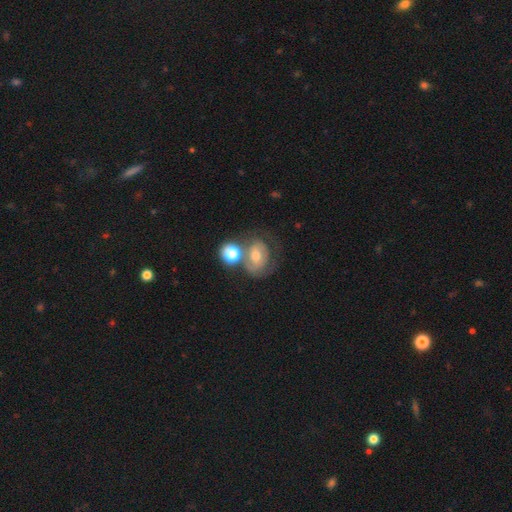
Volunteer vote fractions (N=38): featured or disk 61%, smooth 32%, star or artifact 8%. Down the decision tree: edge-on disk — no (87%); bar — weak (50%); spiral arms — yes (70%); spiral arm count — 1 (50%); spiral winding — tight (64%); bulge size — moderate (60%); merging — none (49%).